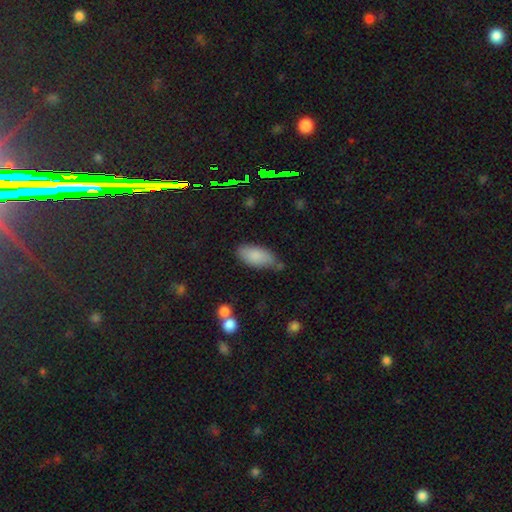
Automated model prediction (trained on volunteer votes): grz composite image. It shows a smooth galaxy with no disk features (85%) that is in between round and cigar-shaped (90%). Merging: none (68%).